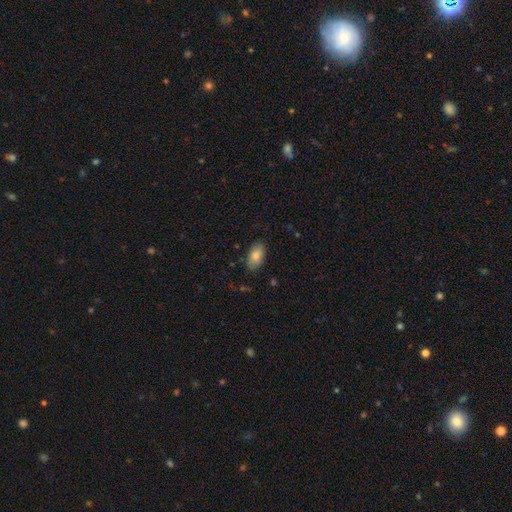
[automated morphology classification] Smooth or featured? Predicted: smooth (p=0.81). How rounded? Predicted: in between (p=0.93). Merging? Predicted: none (p=0.83).